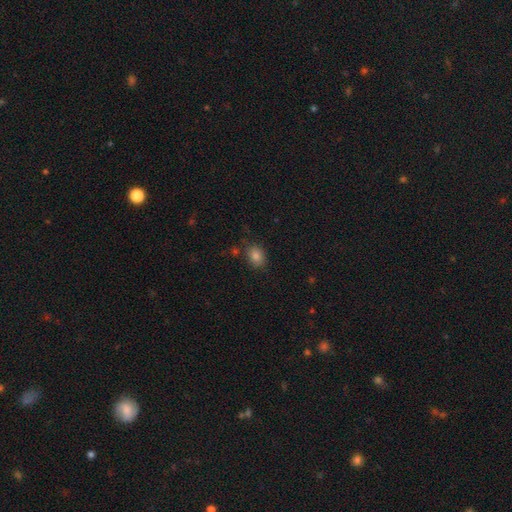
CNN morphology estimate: Smooth or featured? smooth (83%)
How rounded? in between (63%)
Merging? none (80%)